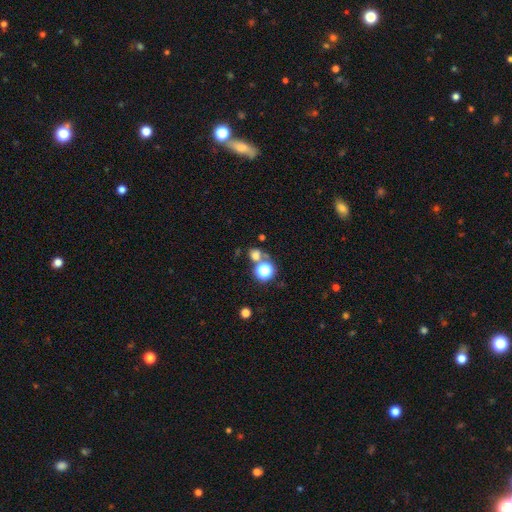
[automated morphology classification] This appears to be a smooth galaxy with no disk features (63%) that is round (76%). Merging: none (56%).